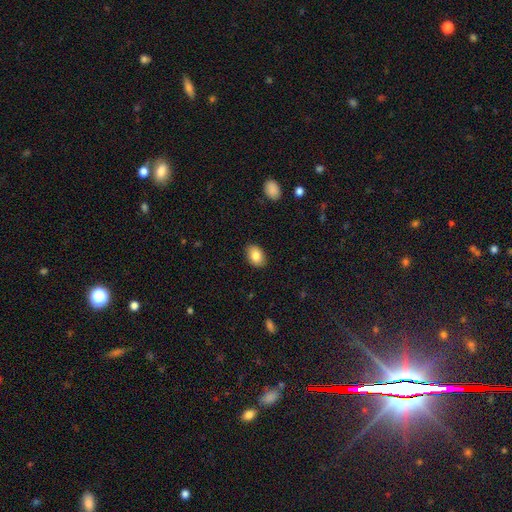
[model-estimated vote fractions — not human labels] The model was most divided on "how rounded": in between: 81%, round: 18%, cigar-shaped: 1%. More confident: merging — none (89%); smooth or featured — smooth (84%).